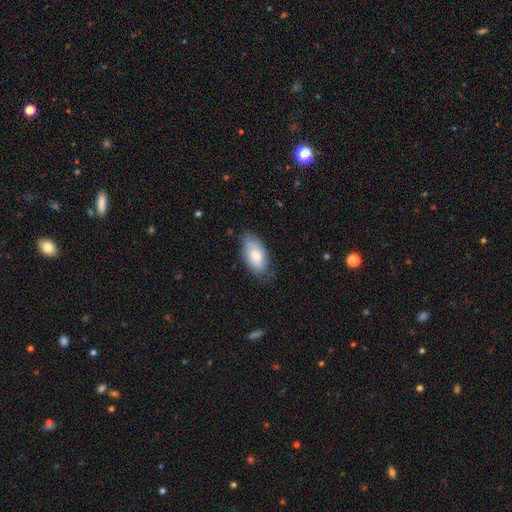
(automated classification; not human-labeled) Morphology: type=smooth (70%); roundness=in between (94%); merging=none (63%).